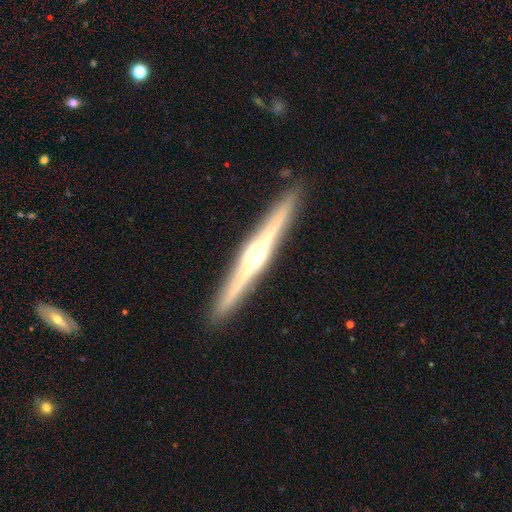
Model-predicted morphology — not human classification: The model was most divided on "smooth or featured": featured or disk: 81%, smooth: 14%, star or artifact: 5%. More confident: edge-on disk — yes (98%); merging — none (92%); edge-on bulge — rounded (83%).